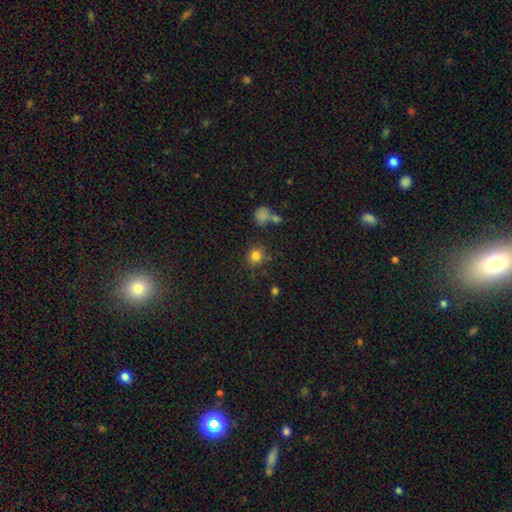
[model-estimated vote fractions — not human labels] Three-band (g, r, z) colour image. It shows a smooth galaxy with no disk features (81%) that is round (88%). Merging: none (81%).